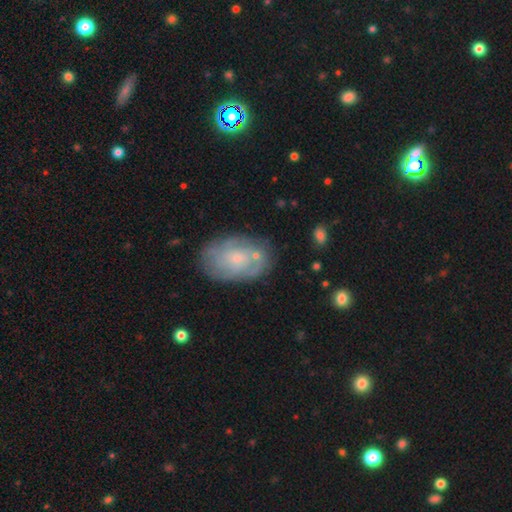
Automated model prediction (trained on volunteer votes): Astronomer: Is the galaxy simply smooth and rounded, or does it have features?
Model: featured or disk — 60%.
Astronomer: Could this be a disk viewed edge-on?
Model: no — 96%.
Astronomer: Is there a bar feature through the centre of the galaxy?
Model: no — 70%.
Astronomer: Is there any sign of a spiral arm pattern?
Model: yes — 76%.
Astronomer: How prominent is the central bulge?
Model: small — 61%.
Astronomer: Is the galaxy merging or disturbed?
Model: none — 67%.